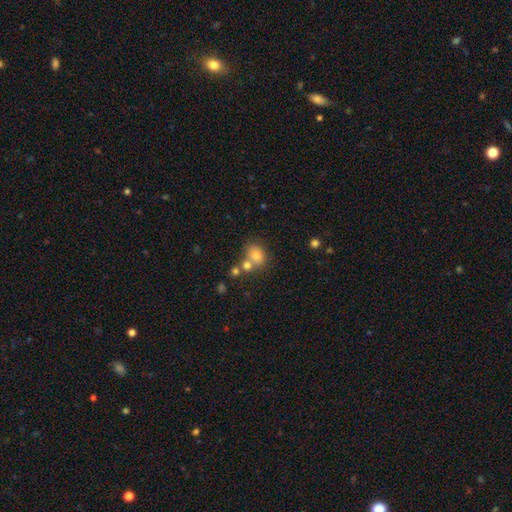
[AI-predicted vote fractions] This is likely a smooth galaxy (74%). How rounded: possibly round (50%). Merging: possibly none (47%).